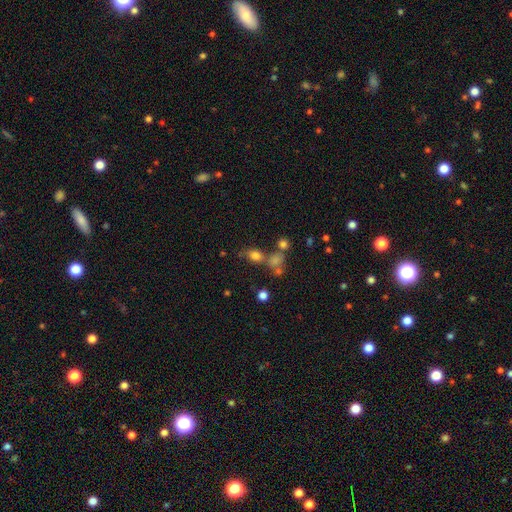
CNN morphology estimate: Smooth or featured: smooth — 74% (star or artifact — 17%)
How rounded: in between — 56% (round — 41%)
Merging: none — 53% (merger — 24%)